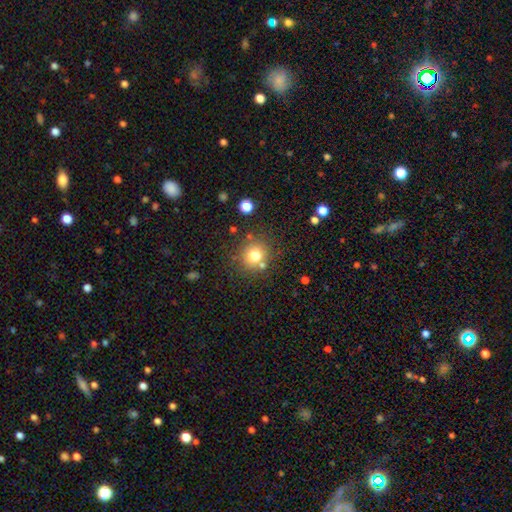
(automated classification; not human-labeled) A smooth galaxy with no disk features (75%) that is round (88%).

Vote fractions:
- Smooth or featured? smooth: 75% / star or artifact: 14% / featured or disk: 10%
- How rounded? round: 88% / in between: 11% / cigar-shaped: 1%
- Merging? none: 77% / minor disturbance: 10% / merger: 9% / major disturbance: 4%